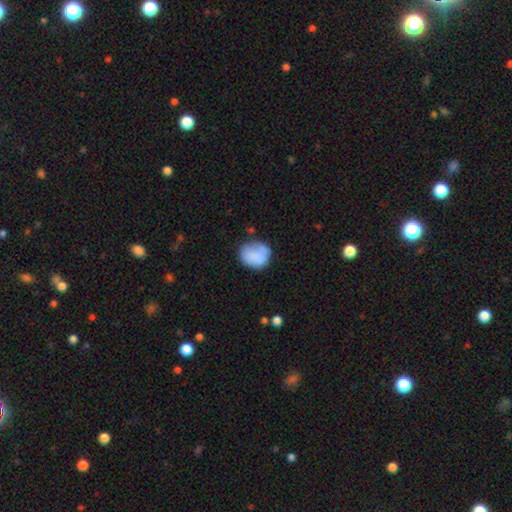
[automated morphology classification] Smooth or featured?
  - smooth: 80% *
  - featured or disk: 13%
  - star or artifact: 8%
How rounded?
  - round: 70% *
  - in between: 29%
  - cigar-shaped: 1%
Merging?
  - none: 59% *
  - minor disturbance: 26%
  - major disturbance: 10%
  - merger: 5%